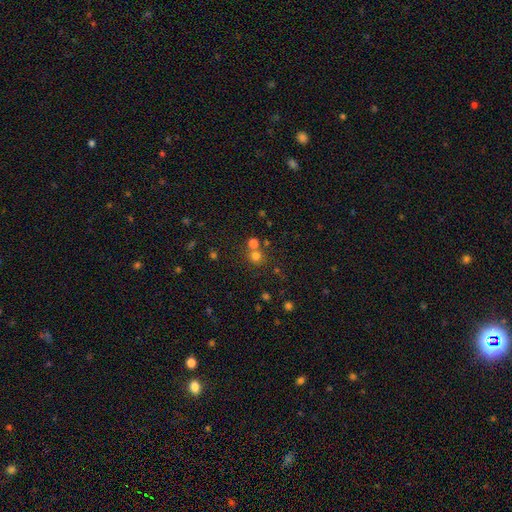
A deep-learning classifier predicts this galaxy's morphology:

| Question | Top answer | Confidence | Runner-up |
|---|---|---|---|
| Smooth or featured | smooth | 72% | star or artifact (20%) |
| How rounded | round | 90% | in between (9%) |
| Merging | none | 60% | merger (31%) |